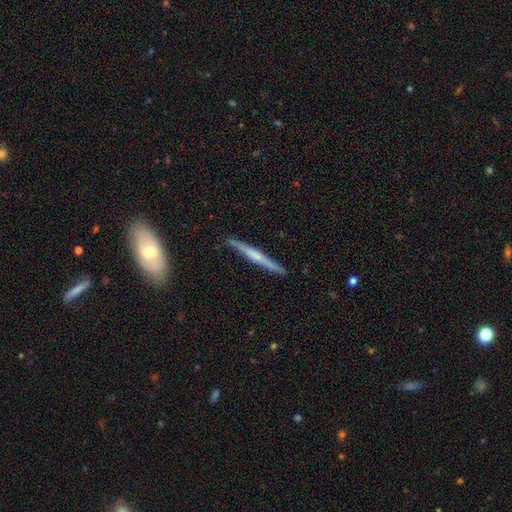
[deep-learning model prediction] Smooth or featured: featured or disk — 62% (smooth — 33%)
Edge-on disk: yes — 97% (no — 3%)
Edge-on bulge: rounded — 50% (none — 37%)
Merging: none — 89% (minor disturbance — 8%)